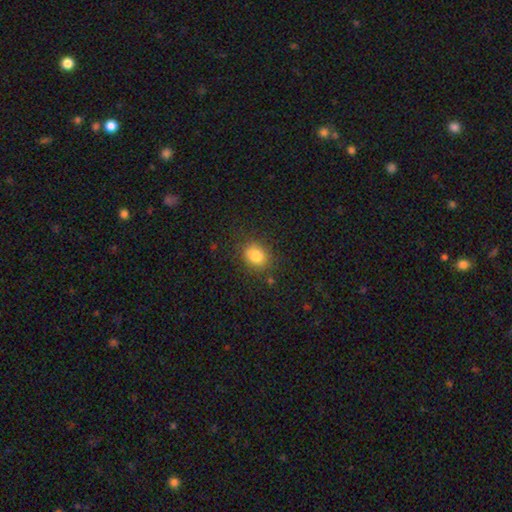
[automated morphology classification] A smooth galaxy with no disk features (81%) that is in between round and cigar-shaped (51%).

Vote fractions:
- Smooth or featured? smooth: 81% / star or artifact: 11% / featured or disk: 8%
- How rounded? in between: 51% / round: 48% / cigar-shaped: 1%
- Merging? none: 79% / minor disturbance: 14% / major disturbance: 4% / merger: 2%